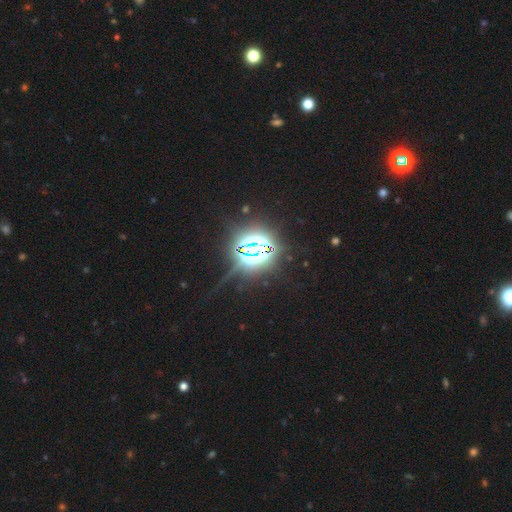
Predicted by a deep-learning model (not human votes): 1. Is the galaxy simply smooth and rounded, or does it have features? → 83% star or artifact, 9% featured or disk, 8% smooth.